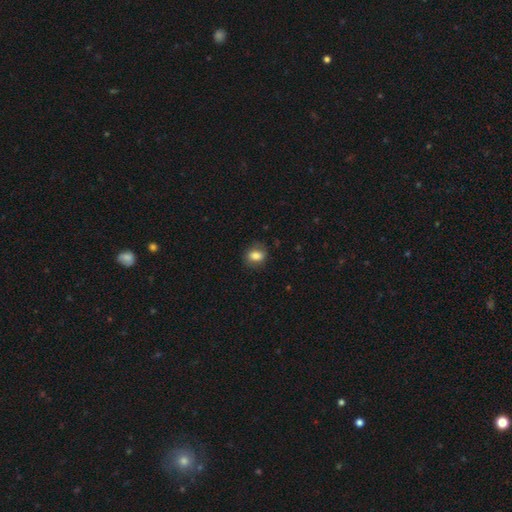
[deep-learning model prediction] Smooth or featured? smooth (81%)
How rounded? in between (67%)
Merging? none (77%)